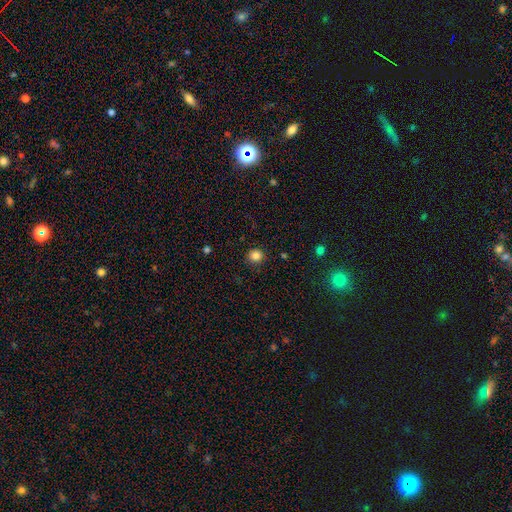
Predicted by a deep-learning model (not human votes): Q: Smooth or featured?
A: smooth (84%); runner-up: star or artifact (12%)
Q: How rounded?
A: round (91%); runner-up: in between (8%)
Q: Merging?
A: none (90%); runner-up: minor disturbance (7%)